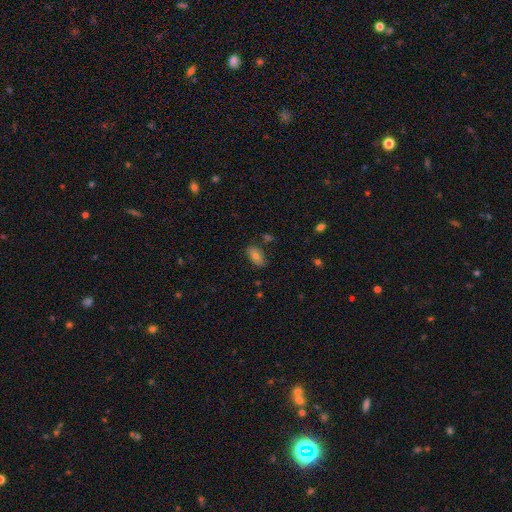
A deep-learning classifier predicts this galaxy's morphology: This is likely a smooth galaxy (75%). How rounded: clearly in between (91%). Merging: likely none (77%).